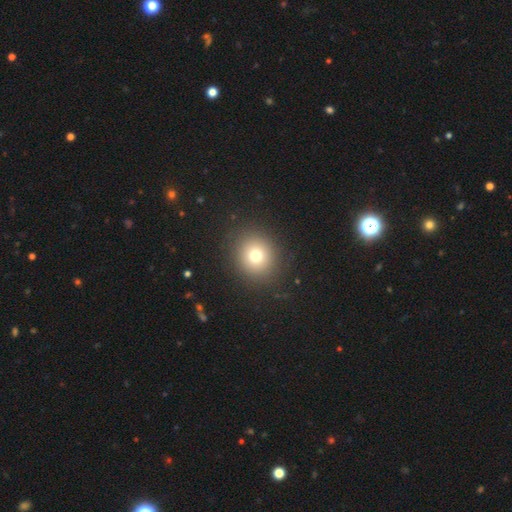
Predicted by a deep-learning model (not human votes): The model was most divided on "smooth or featured": smooth: 75%, star or artifact: 14%, featured or disk: 11%. More confident: merging — none (88%); how rounded — round (82%).